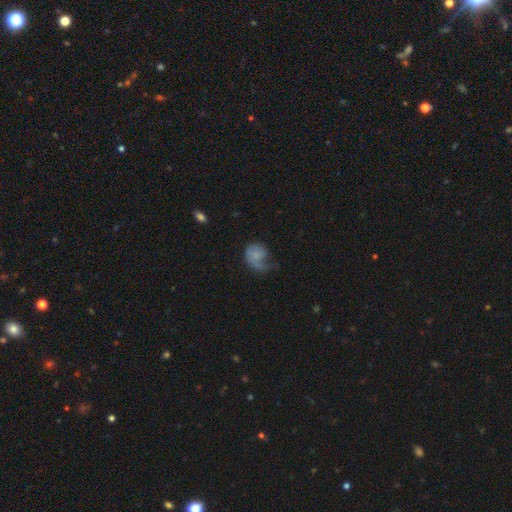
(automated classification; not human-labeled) Smooth or featured? smooth (48%)
Merging? major disturbance (44%)